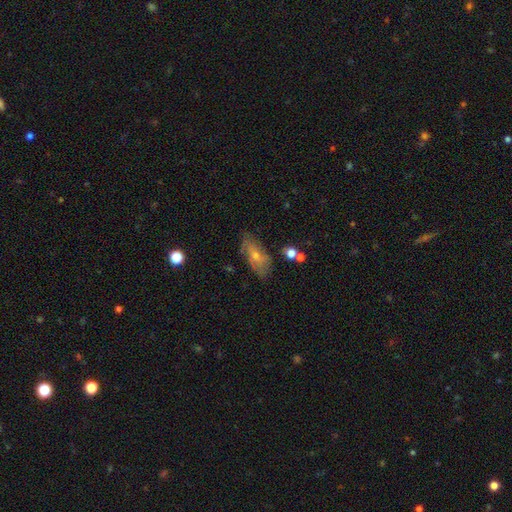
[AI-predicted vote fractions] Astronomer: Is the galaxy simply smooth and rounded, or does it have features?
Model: featured or disk — 54% (runner-up: smooth, 35%).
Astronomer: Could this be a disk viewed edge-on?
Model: no — 85%.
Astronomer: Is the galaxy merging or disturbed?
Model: none — 71%.